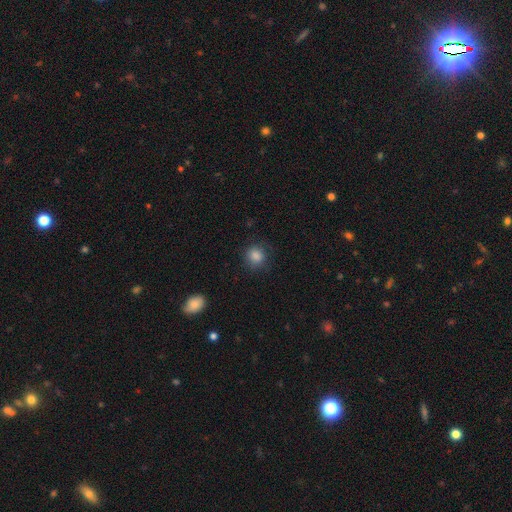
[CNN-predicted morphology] This is clearly a smooth galaxy (85%). How rounded: clearly round (84%). Merging: likely none (79%).